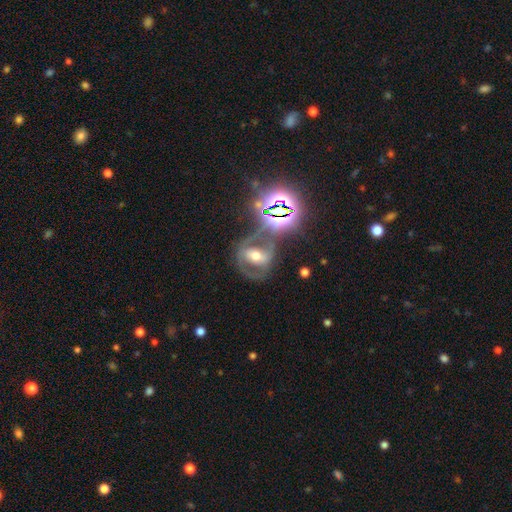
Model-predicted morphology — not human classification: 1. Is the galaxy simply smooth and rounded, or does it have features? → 55% featured or disk, 31% star or artifact, 14% smooth.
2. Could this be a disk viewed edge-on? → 93% no, 7% yes.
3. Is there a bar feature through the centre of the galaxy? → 46% strong, 31% weak, 23% no.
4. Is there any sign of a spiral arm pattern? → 71% yes, 29% no.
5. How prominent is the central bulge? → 64% moderate, 26% small, 6% large, 2% none, 2% dominant.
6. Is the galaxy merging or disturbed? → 60% none, 15% minor disturbance, 12% major disturbance, 12% merger.